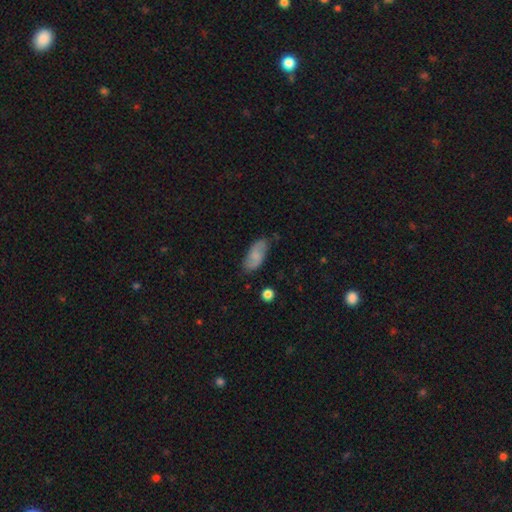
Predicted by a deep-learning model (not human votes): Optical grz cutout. It shows a smooth galaxy with no disk features (66%) that is in between round and cigar-shaped (87%). Merging: none (76%).